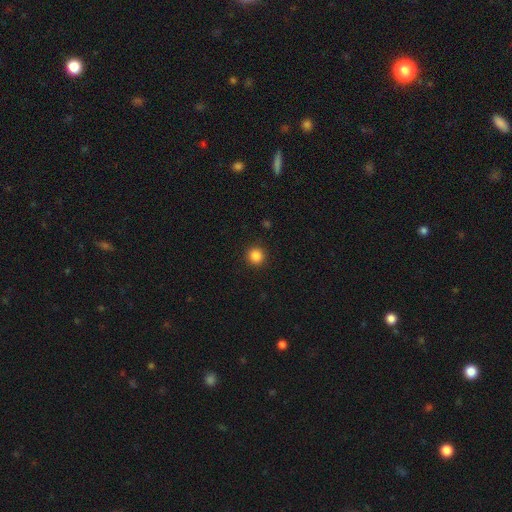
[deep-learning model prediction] Q: Smooth or featured?
A: smooth (86%); runner-up: star or artifact (11%)
Q: How rounded?
A: round (95%); runner-up: in between (4%)
Q: Merging?
A: none (92%); runner-up: minor disturbance (5%)